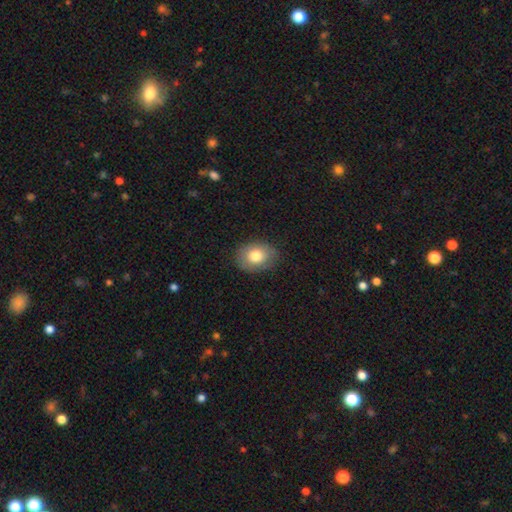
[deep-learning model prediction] Smooth or featured?
  - smooth: 77% *
  - featured or disk: 14%
  - star or artifact: 8%
How rounded?
  - in between: 65% *
  - round: 34%
  - cigar-shaped: 1%
Merging?
  - none: 83% *
  - minor disturbance: 13%
  - major disturbance: 3%
  - merger: 1%